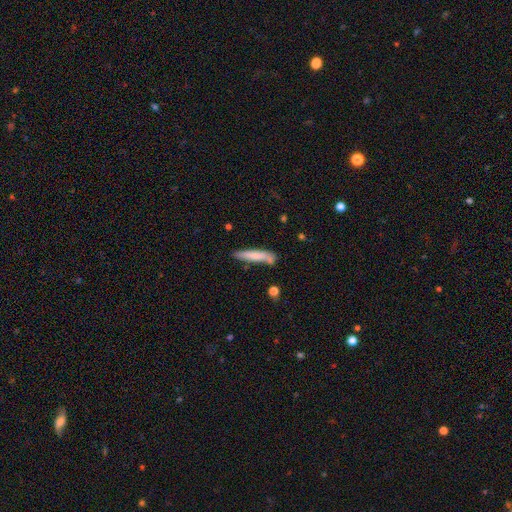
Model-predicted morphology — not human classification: smooth 70%, featured or disk 24%, star or artifact 6%. Down the decision tree: how rounded — cigar-shaped (88%); merging — none (67%).